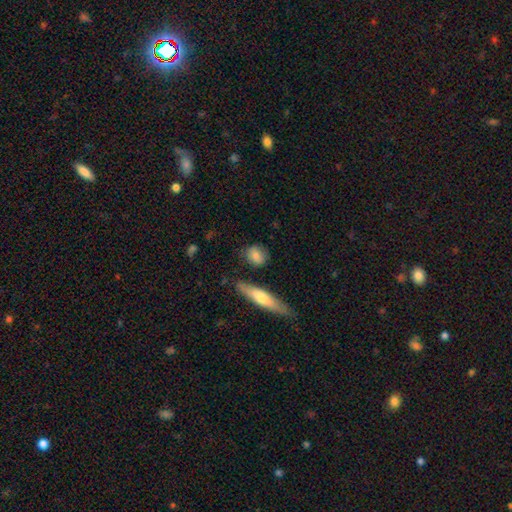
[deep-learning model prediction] Overall: smooth (79%). How rounded: round (52%; in between 38%). Merging: none (79%).